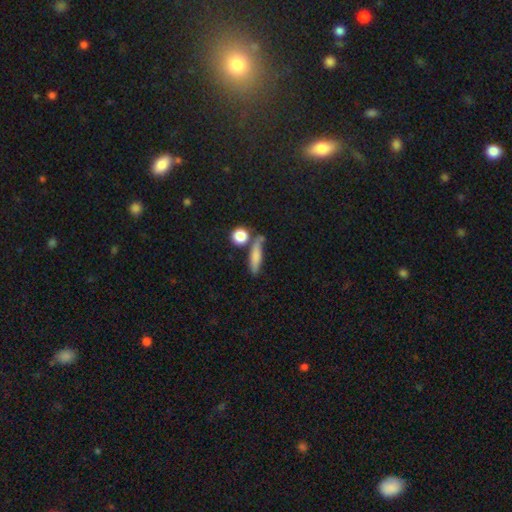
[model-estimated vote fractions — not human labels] Morphology: type=smooth (74%); roundness=cigar-shaped (60%); merging=none (57%).